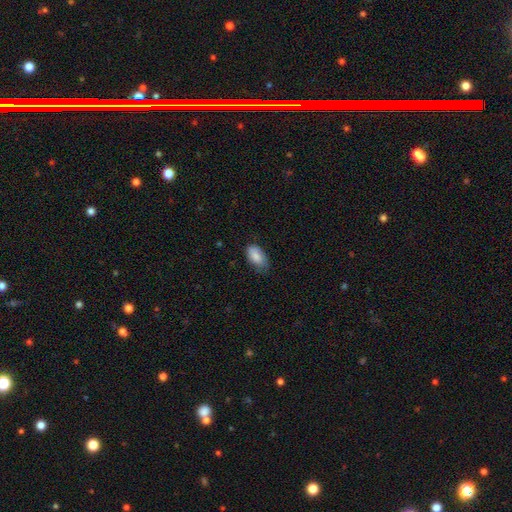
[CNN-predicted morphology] Smooth or featured?
  - smooth: 85% *
  - featured or disk: 9%
  - star or artifact: 6%
How rounded?
  - in between: 94% *
  - round: 4%
  - cigar-shaped: 2%
Merging?
  - none: 60% *
  - minor disturbance: 33%
  - major disturbance: 6%
  - merger: 1%